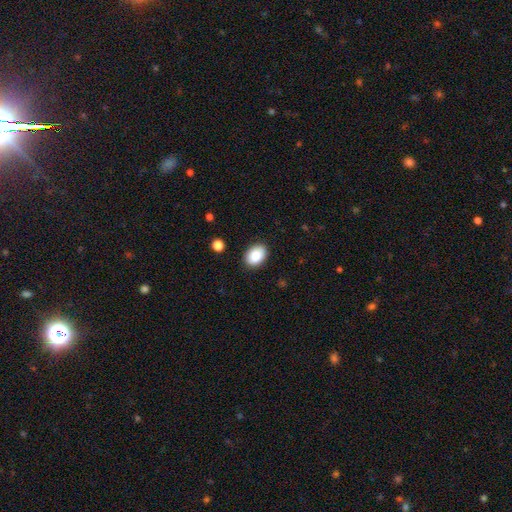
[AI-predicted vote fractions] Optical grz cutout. It shows a smooth galaxy with no disk features (88%) that is in between round and cigar-shaped (82%). Merging: none (89%).